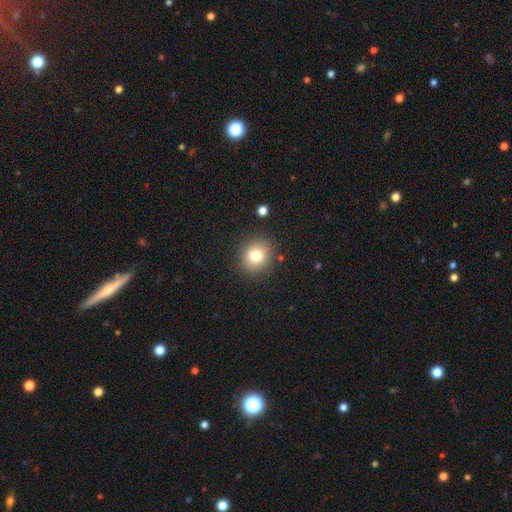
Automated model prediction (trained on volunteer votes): Smooth or featured: smooth — 78% (star or artifact — 12%)
How rounded: round — 83% (in between — 16%)
Merging: none — 87% (minor disturbance — 8%)